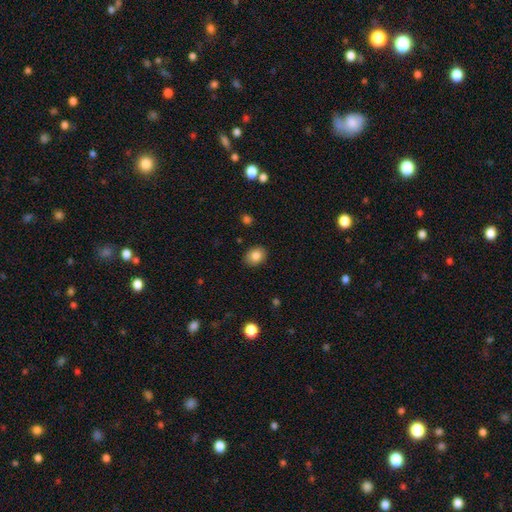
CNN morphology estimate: This is clearly a smooth galaxy (84%). How rounded: possibly in between (53%). Merging: clearly none (87%).